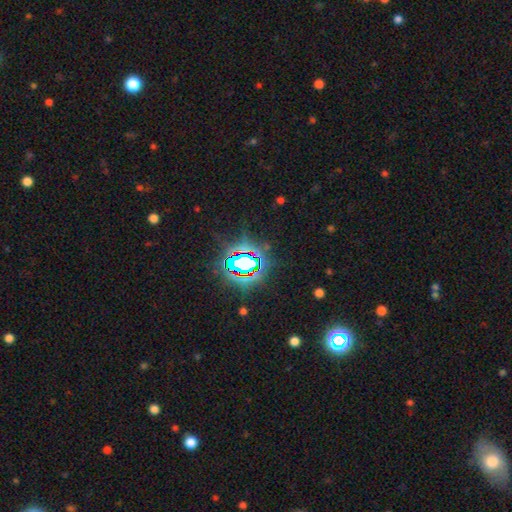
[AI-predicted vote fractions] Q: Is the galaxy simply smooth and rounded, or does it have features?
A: star or artifact — 84%.